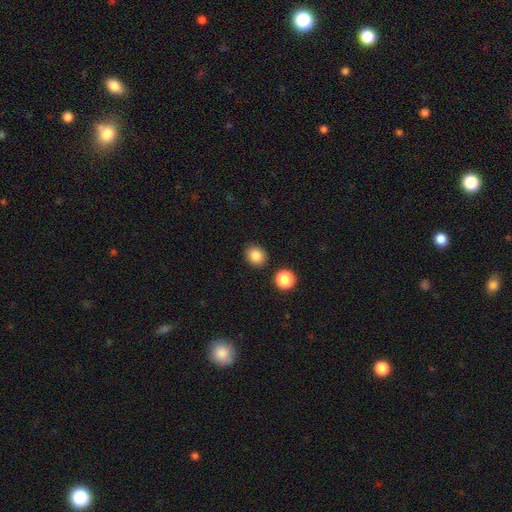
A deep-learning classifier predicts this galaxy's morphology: Overall: smooth (85%). How rounded: round (70%). Merging: none (86%).